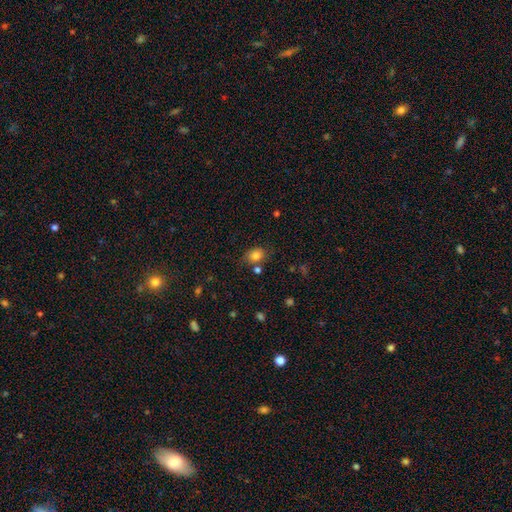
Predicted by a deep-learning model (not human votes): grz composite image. It shows a smooth galaxy with no disk features (81%) that is in between round and cigar-shaped (61%). Merging: none (68%).